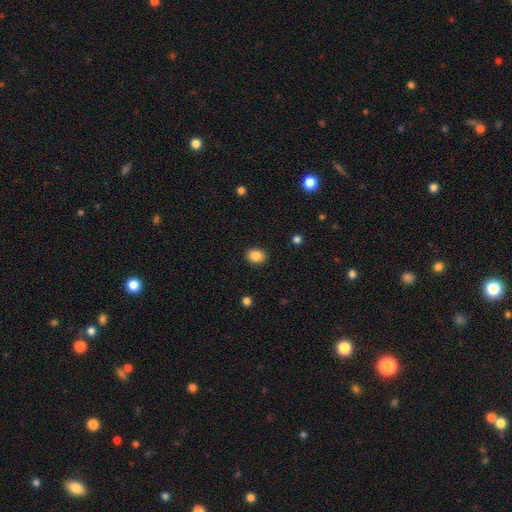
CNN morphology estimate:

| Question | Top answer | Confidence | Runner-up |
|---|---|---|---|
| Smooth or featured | smooth | 87% | star or artifact (9%) |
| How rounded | in between | 57% | round (42%) |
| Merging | none | 90% | minor disturbance (7%) |